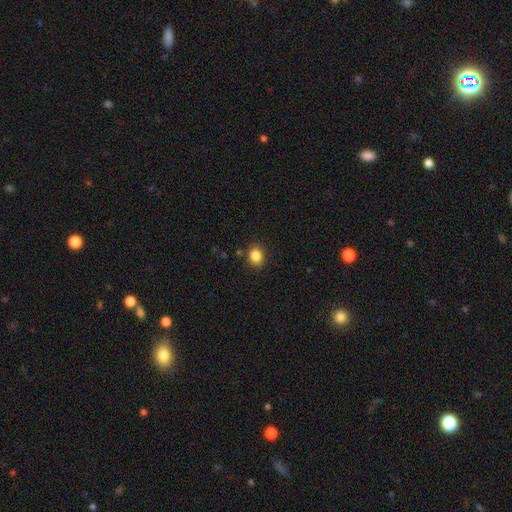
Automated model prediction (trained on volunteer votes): A smooth galaxy with no disk features (85%) that is round (61%). Merging: none (86%).